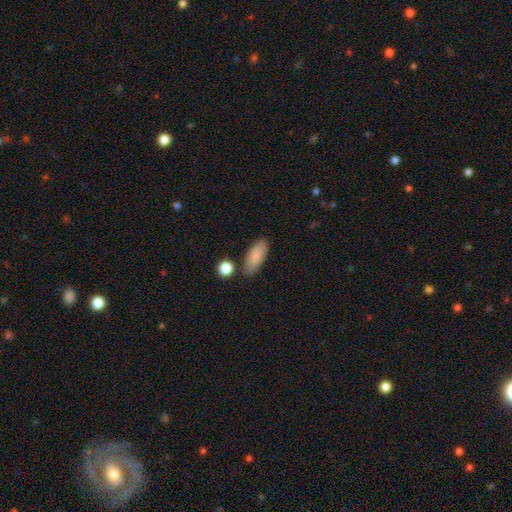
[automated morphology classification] This appears to be a smooth galaxy with no disk features (85%) that is in between round and cigar-shaped (84%). Merging: none (77%).